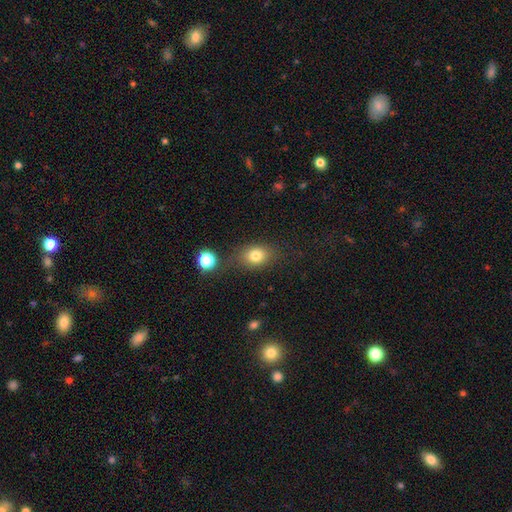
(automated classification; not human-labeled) This is likely a smooth galaxy (79%). How rounded: possibly in between (56%). Merging: likely none (72%).